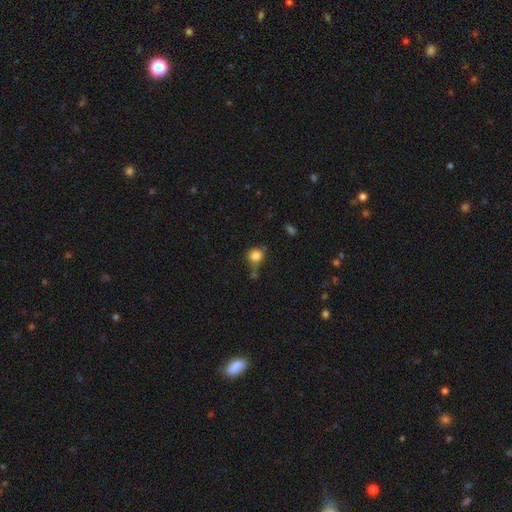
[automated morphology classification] This appears to be a smooth galaxy with no disk features (83%) that is round (81%). Merging: none (54%).